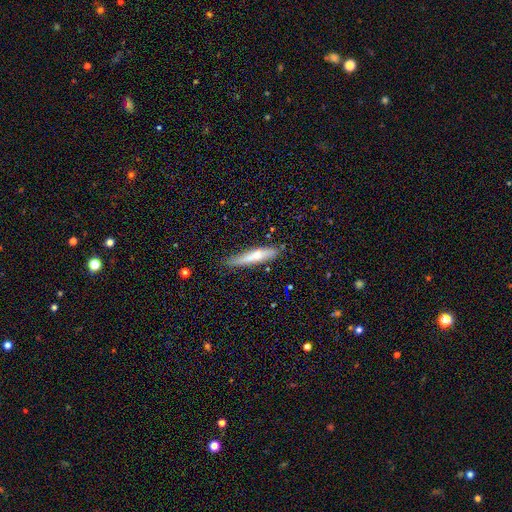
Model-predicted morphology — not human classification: Smooth or featured: smooth — 60% (featured or disk — 33%)
How rounded: cigar-shaped — 86% (in between — 13%)
Merging: none — 76% (minor disturbance — 18%)